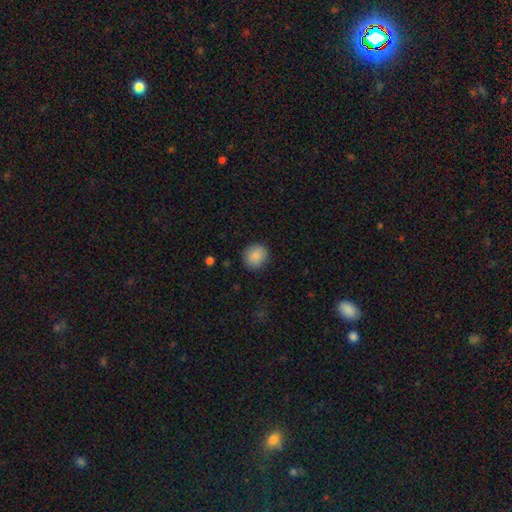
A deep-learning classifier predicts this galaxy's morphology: Smooth or featured: smooth — 88% (star or artifact — 8%)
How rounded: round — 83% (in between — 16%)
Merging: none — 88% (minor disturbance — 8%)